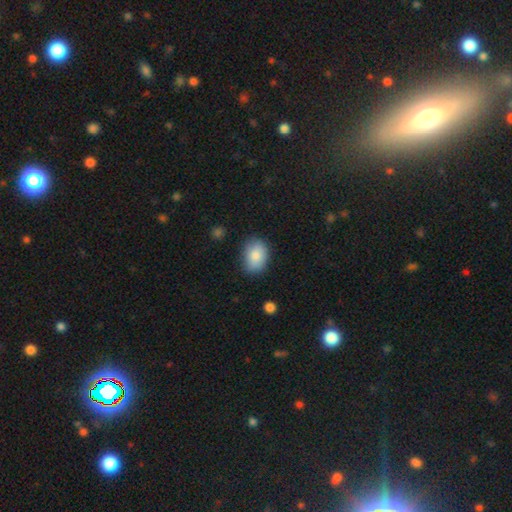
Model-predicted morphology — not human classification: This is clearly a smooth galaxy (83%). How rounded: likely in between (78%). Merging: likely none (74%).